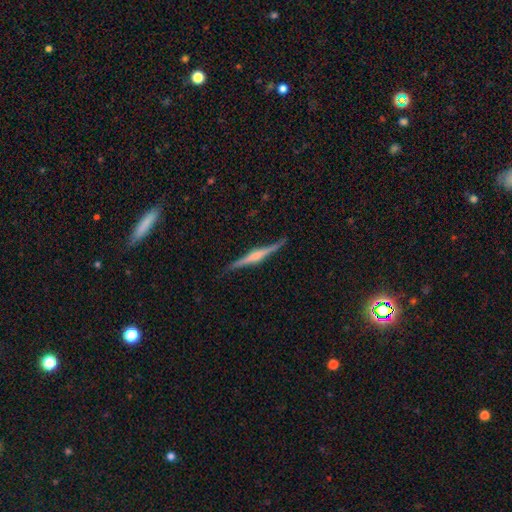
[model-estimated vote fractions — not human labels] Smooth or featured: featured or disk — 77% (smooth — 17%)
Edge-on disk: yes — 98% (no — 2%)
Edge-on bulge: rounded — 69% (boxy — 19%)
Merging: none — 88% (minor disturbance — 9%)